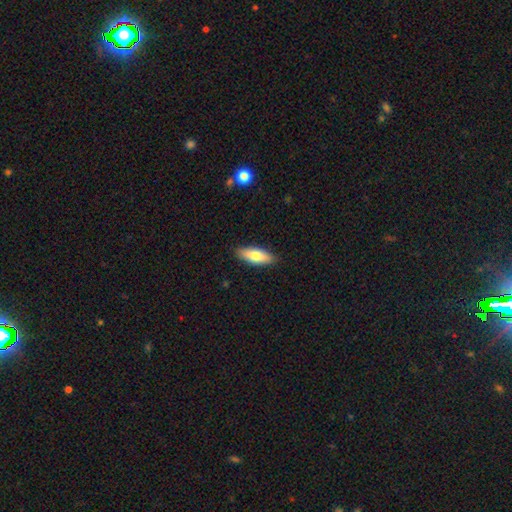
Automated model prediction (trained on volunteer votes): This appears to be a smooth galaxy with no disk features (74%) that is in between round and cigar-shaped (70%). Merging: none (89%).